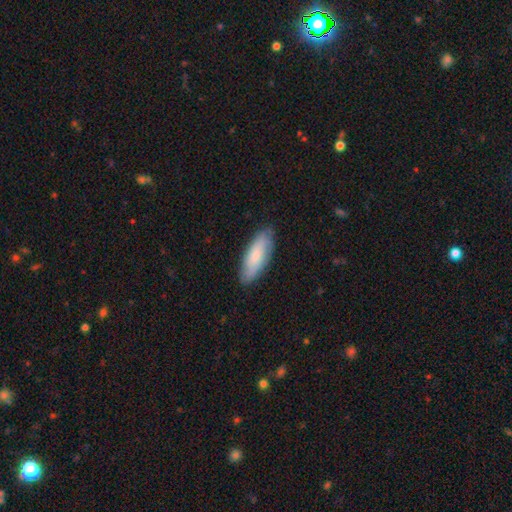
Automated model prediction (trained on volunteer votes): Overall: smooth (71%). How rounded: in between (63%; cigar-shaped 35%). Merging: none (84%).